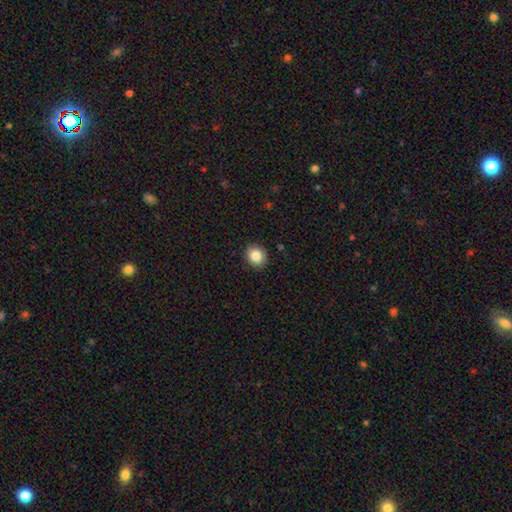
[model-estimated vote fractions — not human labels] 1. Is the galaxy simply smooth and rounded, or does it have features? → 85% smooth, 9% star or artifact, 6% featured or disk.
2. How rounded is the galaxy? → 76% round, 23% in between, 1% cigar-shaped.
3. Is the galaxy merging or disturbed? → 90% none, 7% minor disturbance, 2% major disturbance, 1% merger.